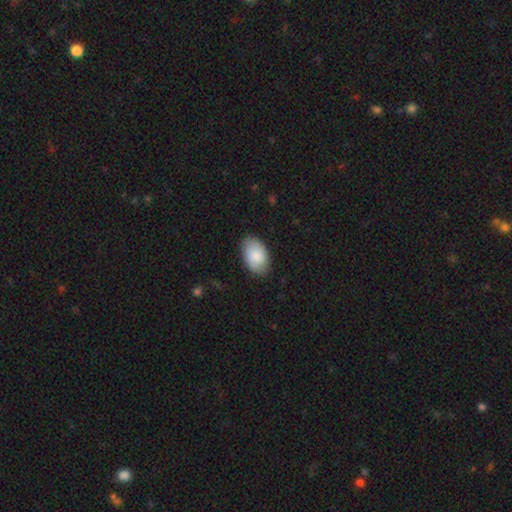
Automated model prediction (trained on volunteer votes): The model was most divided on "merging": none: 82%, minor disturbance: 15%, major disturbance: 3%, merger: 1%. More confident: how rounded — in between (92%); smooth or featured — smooth (82%).